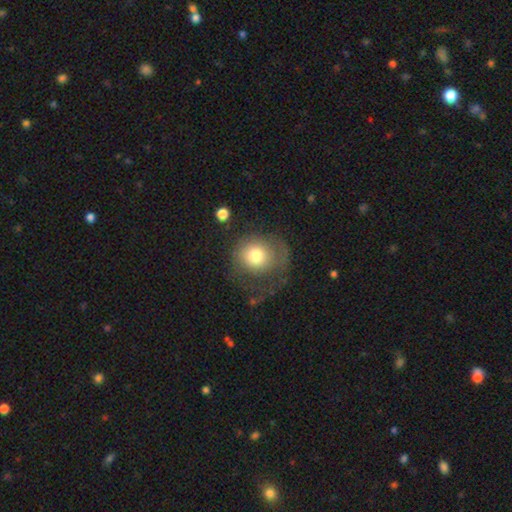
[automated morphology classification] smooth 68%, featured or disk 24%, star or artifact 8%. Down the decision tree: how rounded — round (85%); merging — none (46%).